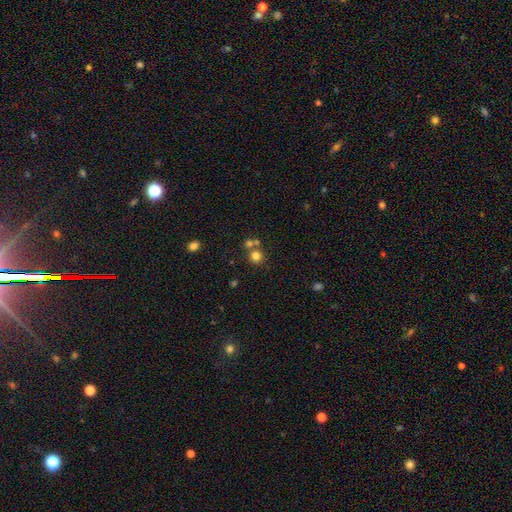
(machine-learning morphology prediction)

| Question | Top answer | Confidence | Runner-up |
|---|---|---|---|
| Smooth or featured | smooth | 77% | star or artifact (15%) |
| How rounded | round | 92% | in between (7%) |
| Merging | none | 66% | merger (25%) |